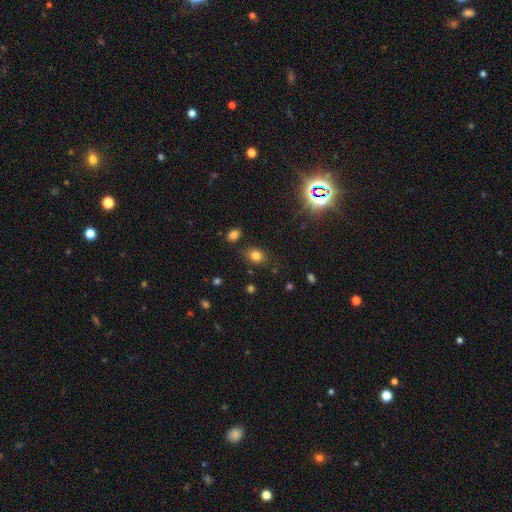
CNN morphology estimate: Smooth or featured? smooth (78%)
How rounded? in between (57%)
Merging? none (81%)